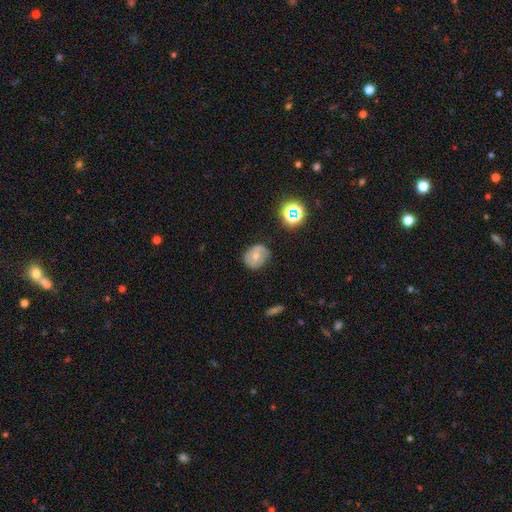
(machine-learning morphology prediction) Smooth or featured: smooth — 46% (featured or disk — 43%)
Merging: none — 70% (minor disturbance — 22%)